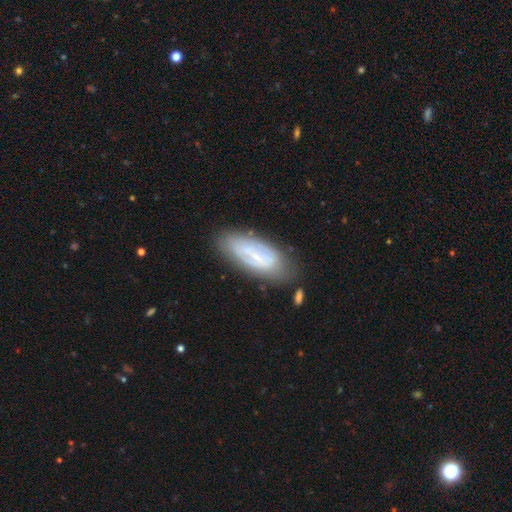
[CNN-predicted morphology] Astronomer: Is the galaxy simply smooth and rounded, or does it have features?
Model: featured or disk — 52% (runner-up: smooth, 40%).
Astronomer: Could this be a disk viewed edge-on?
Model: no — 85%.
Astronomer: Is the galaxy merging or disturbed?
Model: none — 73%.